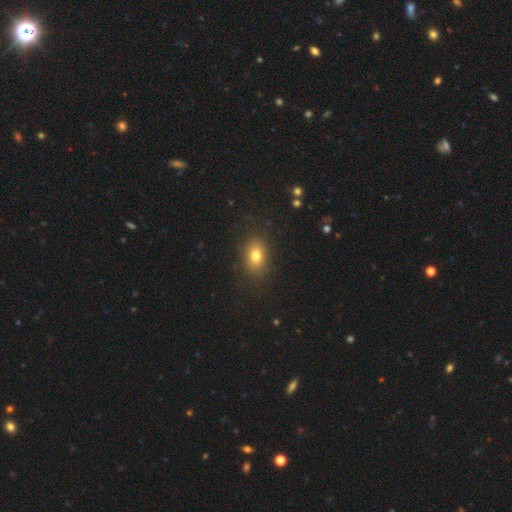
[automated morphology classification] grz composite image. It shows a smooth galaxy with no disk features (78%) that is in between round and cigar-shaped (76%). Merging: none (86%).